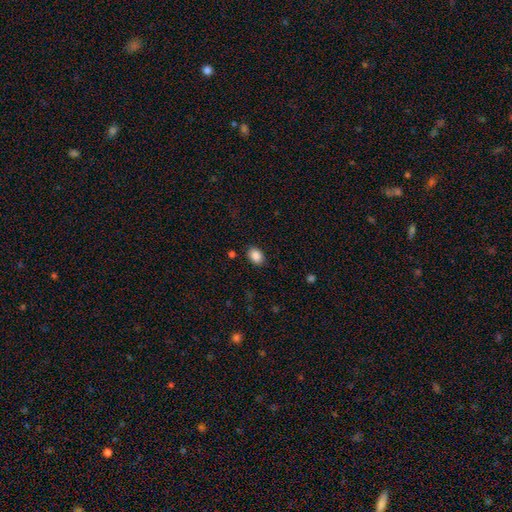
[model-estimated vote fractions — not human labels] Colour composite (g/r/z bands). It shows a smooth galaxy with no disk features (88%) that is in between round and cigar-shaped (74%). Merging: none (87%).